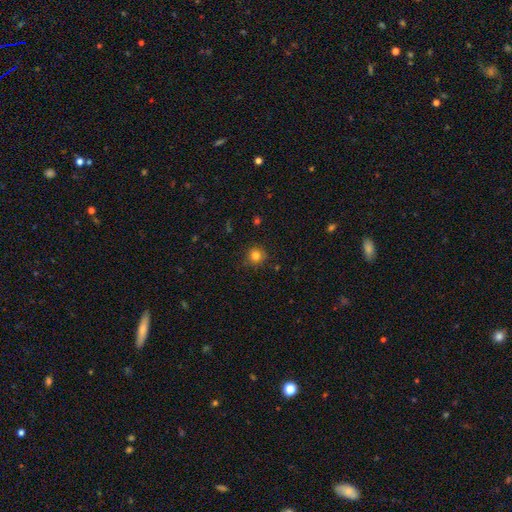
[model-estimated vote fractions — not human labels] This appears to be a smooth galaxy with no disk features (81%) that is round (92%). Merging: none (84%).